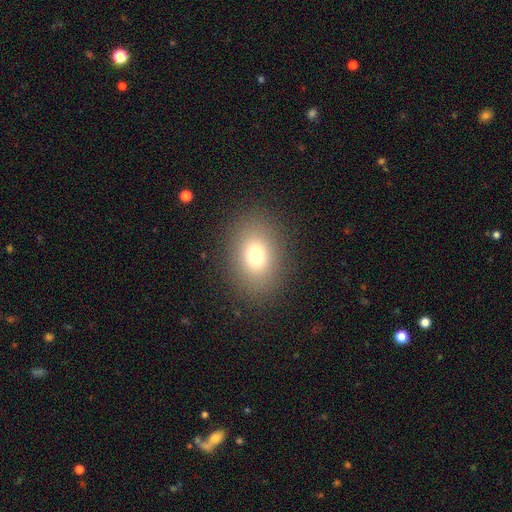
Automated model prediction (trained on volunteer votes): Smooth or featured: smooth — 75% (star or artifact — 14%)
How rounded: in between — 67% (round — 32%)
Merging: none — 86% (minor disturbance — 8%)